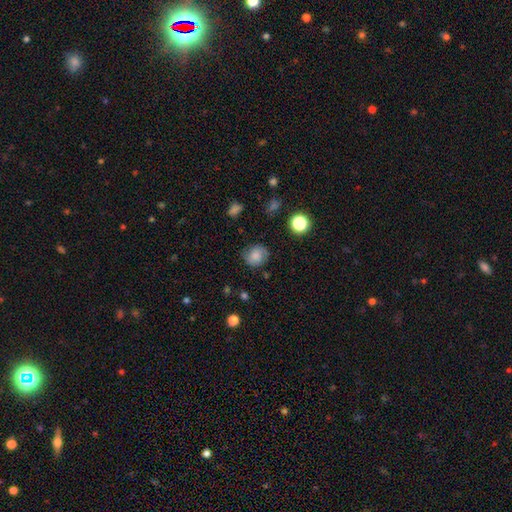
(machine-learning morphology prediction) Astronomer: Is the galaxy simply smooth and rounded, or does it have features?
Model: smooth — 70%.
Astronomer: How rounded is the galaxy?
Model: round — 77%.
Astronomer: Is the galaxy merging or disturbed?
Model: none — 75%.